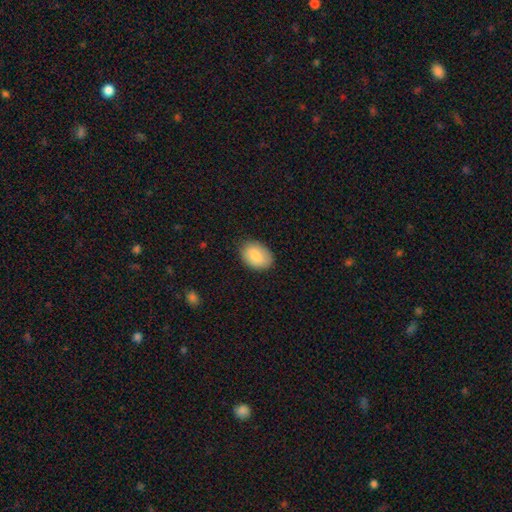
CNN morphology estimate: type=smooth (84%); roundness=in between (82%); merging=none (84%).